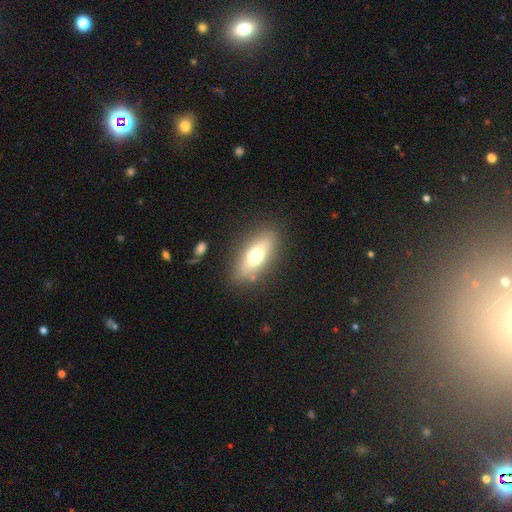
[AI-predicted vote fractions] Overall: smooth (64%; featured or disk 28%). How rounded: in between (69%). Merging: none (82%).